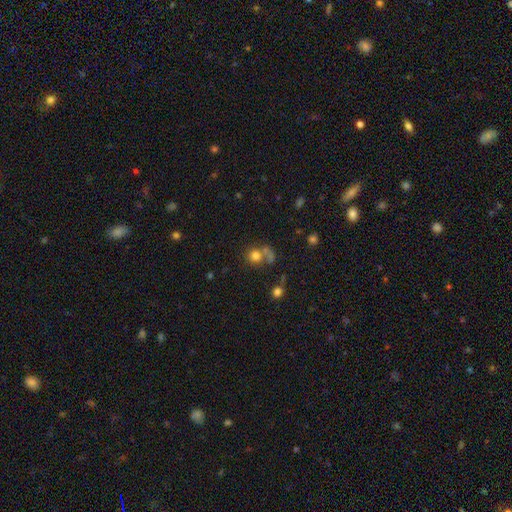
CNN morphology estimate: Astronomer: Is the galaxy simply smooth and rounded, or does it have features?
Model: smooth — 74%.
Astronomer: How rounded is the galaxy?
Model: round — 83%.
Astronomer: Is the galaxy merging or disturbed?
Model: none — 49% (runner-up: merger, 31%).